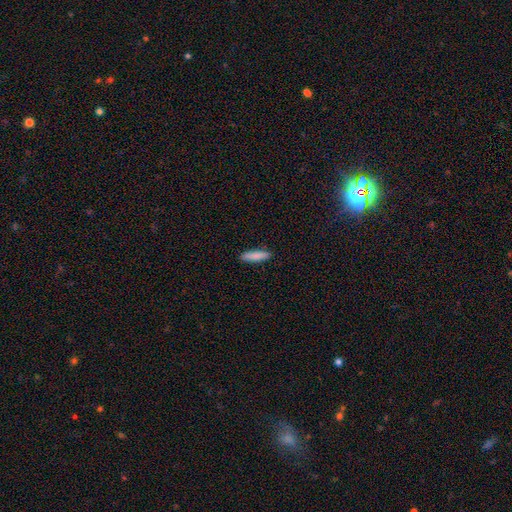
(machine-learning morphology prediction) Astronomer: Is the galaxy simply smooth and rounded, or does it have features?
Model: smooth — 86%.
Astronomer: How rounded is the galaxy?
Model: cigar-shaped — 72%.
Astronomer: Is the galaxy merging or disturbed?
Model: none — 90%.